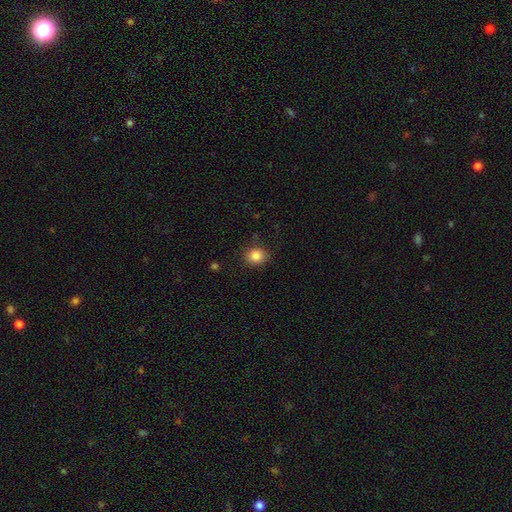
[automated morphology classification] Smooth or featured?
  - smooth: 85% *
  - star or artifact: 10%
  - featured or disk: 4%
How rounded?
  - round: 71% *
  - in between: 28%
  - cigar-shaped: 1%
Merging?
  - none: 84% *
  - minor disturbance: 11%
  - major disturbance: 3%
  - merger: 1%